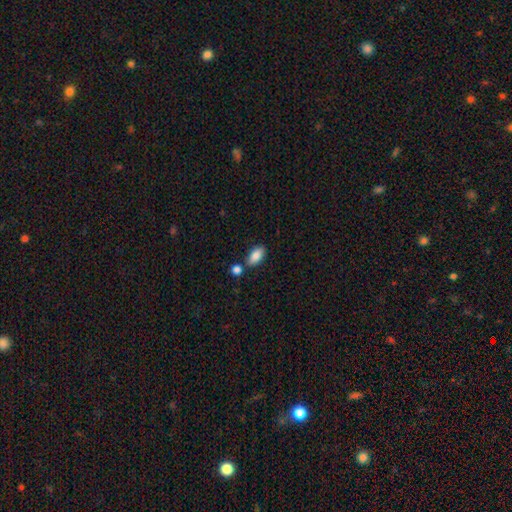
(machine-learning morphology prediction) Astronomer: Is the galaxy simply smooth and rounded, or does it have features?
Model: smooth — 85%.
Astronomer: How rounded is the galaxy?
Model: in between — 91%.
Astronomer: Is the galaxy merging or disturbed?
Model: none — 74%.